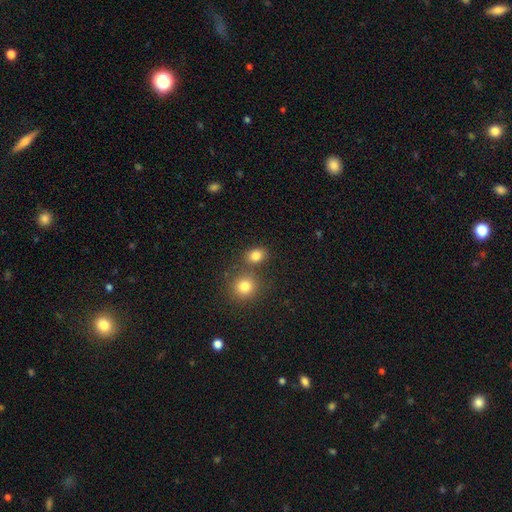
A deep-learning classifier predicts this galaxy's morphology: type=smooth (82%); roundness=round (50%); merging=none (67%).